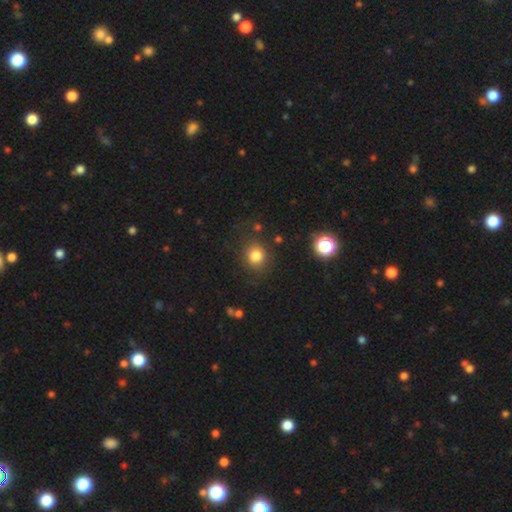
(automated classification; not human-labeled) Smooth or featured? Predicted: smooth (p=0.81). How rounded? Predicted: round (p=0.81). Merging? Predicted: none (p=0.82).